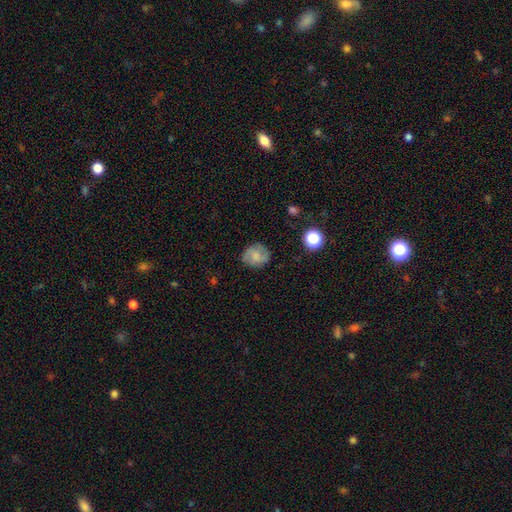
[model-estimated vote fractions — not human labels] This appears to be a smooth galaxy with no disk features (57%) that is round (73%). Merging: none (78%).